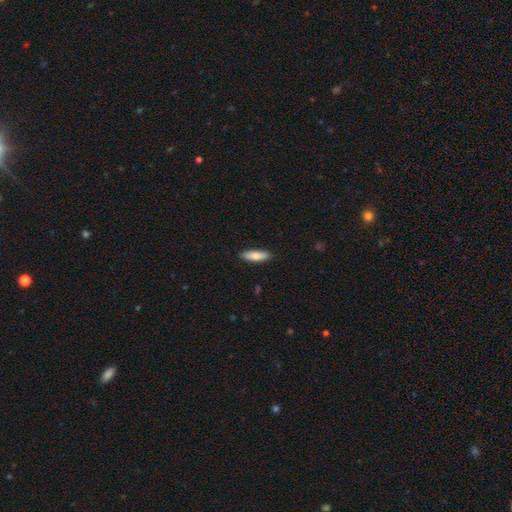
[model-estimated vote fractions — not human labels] Smooth or featured? smooth (81%)
How rounded? cigar-shaped (53%)
Merging? none (89%)